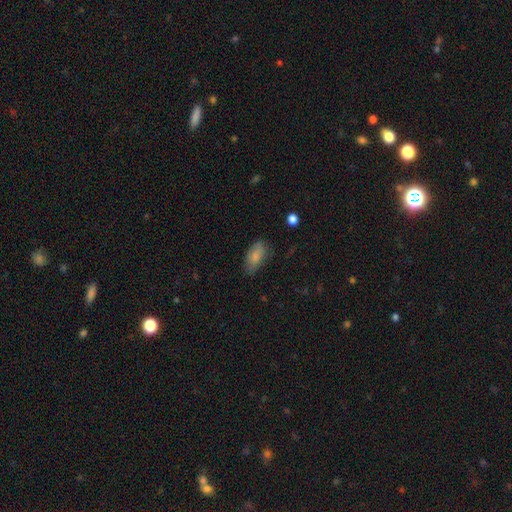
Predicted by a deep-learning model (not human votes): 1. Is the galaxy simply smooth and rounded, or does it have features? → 82% smooth, 11% featured or disk, 7% star or artifact.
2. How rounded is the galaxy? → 87% in between, 11% cigar-shaped, 3% round.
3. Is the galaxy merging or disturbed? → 71% none, 22% minor disturbance, 5% major disturbance, 2% merger.